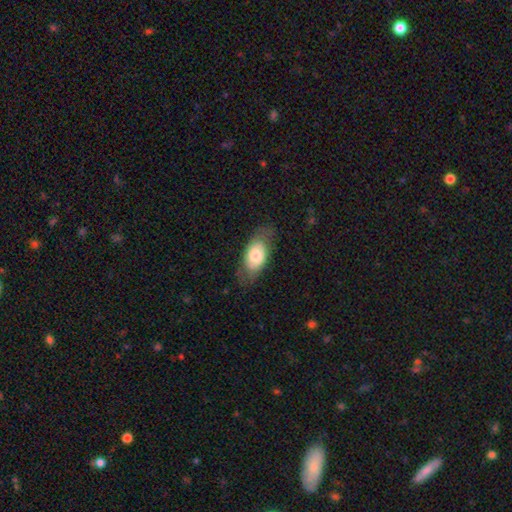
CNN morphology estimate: smooth-or-featured: smooth: 68% | featured or disk: 25% | star or artifact: 6%
  how-rounded: in between: 89% | round: 6% | cigar-shaped: 5%
  merging: none: 70% | minor disturbance: 21% | major disturbance: 9% | merger: 1%